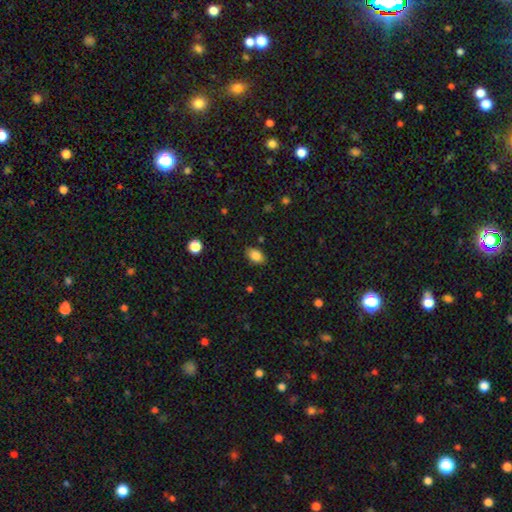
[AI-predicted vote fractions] The model was most divided on "merging": none: 83%, minor disturbance: 13%, major disturbance: 3%, merger: 1%. More confident: how rounded — in between (85%); smooth or featured — smooth (85%).